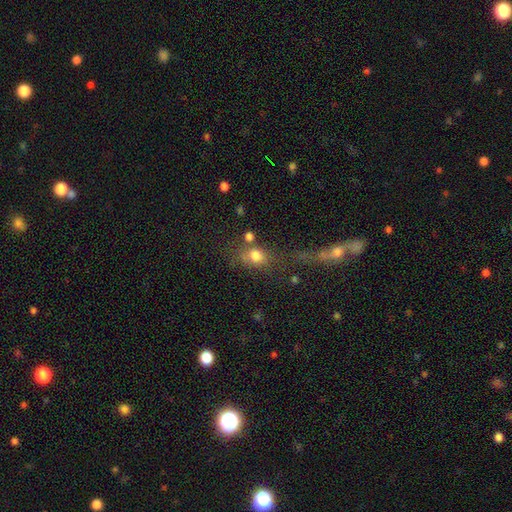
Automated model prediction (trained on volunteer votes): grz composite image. It shows a smooth galaxy with no disk features (75%) that is round (50%). Merging: none (45%).